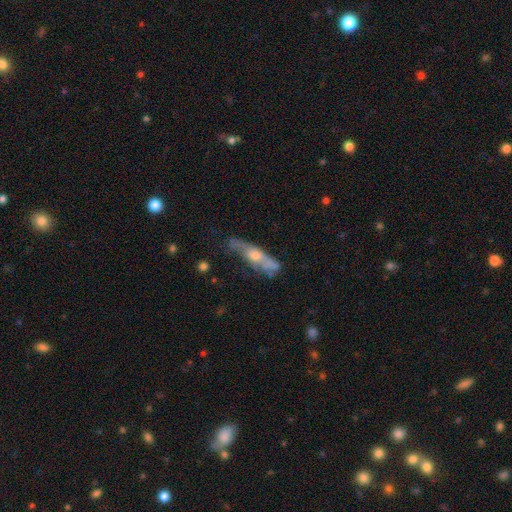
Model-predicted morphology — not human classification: Smooth or featured? featured or disk (58%)
Edge-on disk? yes (58%)
Merging? none (50%)